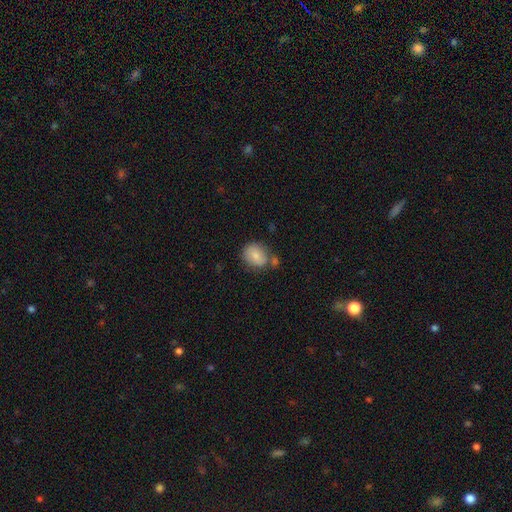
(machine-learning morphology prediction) Q: Smooth or featured?
A: smooth (79%); runner-up: featured or disk (13%)
Q: How rounded?
A: round (56%); runner-up: in between (43%)
Q: Merging?
A: none (61%); runner-up: minor disturbance (17%)